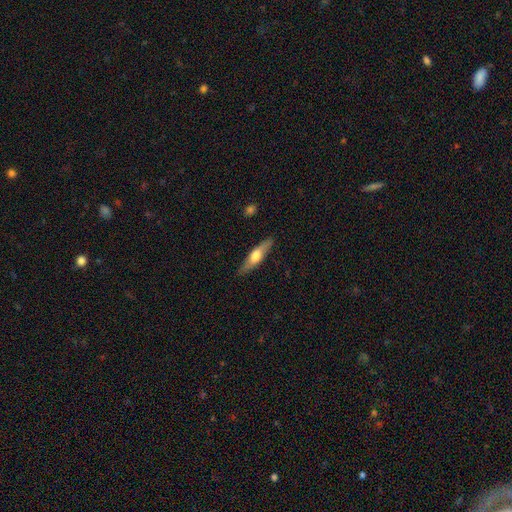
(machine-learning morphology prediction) featured or disk 49%, smooth 45%, star or artifact 5%. Down the decision tree: merging — none (86%).